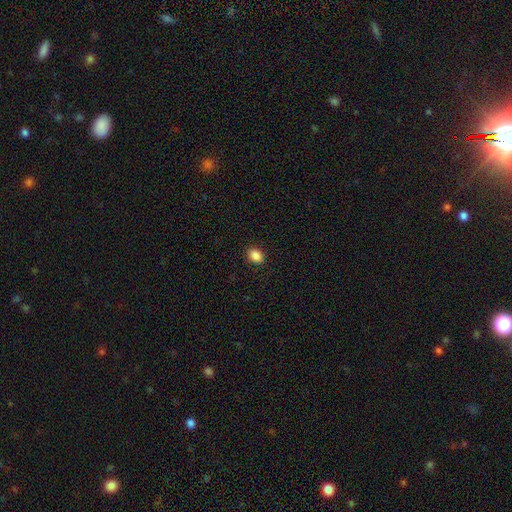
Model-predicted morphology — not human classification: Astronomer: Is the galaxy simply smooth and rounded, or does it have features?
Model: smooth — 88%.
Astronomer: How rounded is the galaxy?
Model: in between — 72%.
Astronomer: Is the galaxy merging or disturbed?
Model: none — 90%.